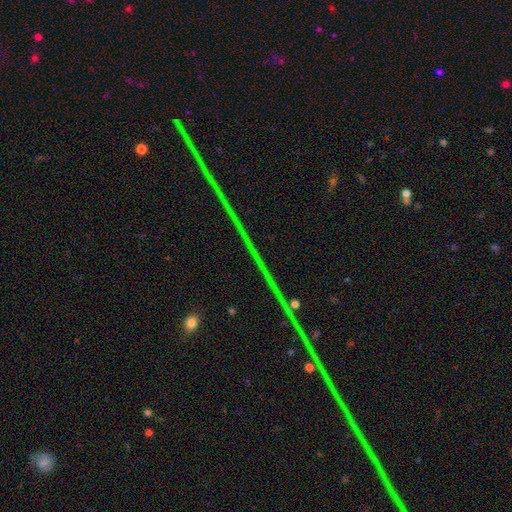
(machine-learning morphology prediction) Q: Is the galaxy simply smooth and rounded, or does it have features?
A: star or artifact — 77%.